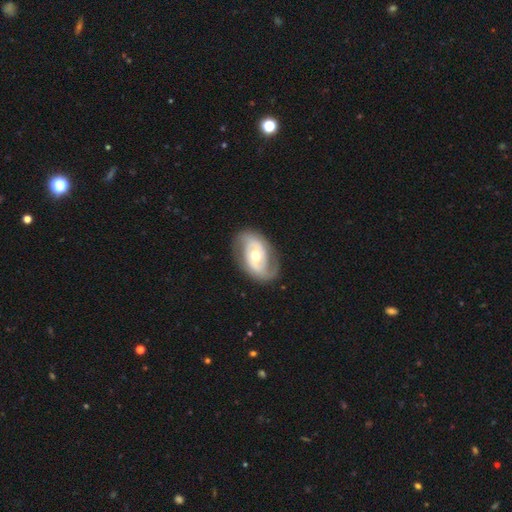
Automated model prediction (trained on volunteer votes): A featured or disk galaxy (79%) with no bar (57%), 2 (82%) medium (41%) spiral arms (84%) and a moderate central bulge (70%).

Vote fractions:
- Smooth or featured? featured or disk: 79% / smooth: 16% / star or artifact: 5%
- Edge-on disk? no: 95% / yes: 5%
- Bar? no: 57% / weak: 30% / strong: 12%
- Spiral arms? yes: 84% / no: 16%
- Spiral winding? medium: 41% / tight: 37% / loose: 22%
- Spiral arm count? 2: 82% / can't tell: 10% / 1: 4% / 3: 2% / 4: 1% / more than 4: 1%
- Bulge size? moderate: 70% / small: 23% / large: 6% / dominant: 1% / none: 1%
- Merging? none: 76% / minor disturbance: 16% / major disturbance: 7% / merger: 1%